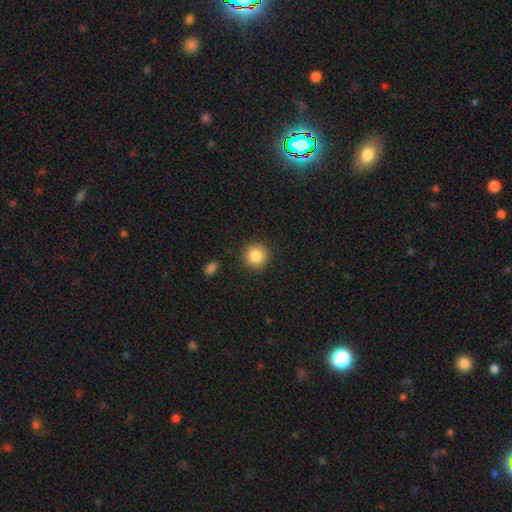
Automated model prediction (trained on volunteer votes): smooth-or-featured: smooth: 86% | star or artifact: 9% | featured or disk: 5%
  how-rounded: round: 94% | in between: 5% | cigar-shaped: 1%
  merging: none: 90% | minor disturbance: 6% | major disturbance: 2% | merger: 1%